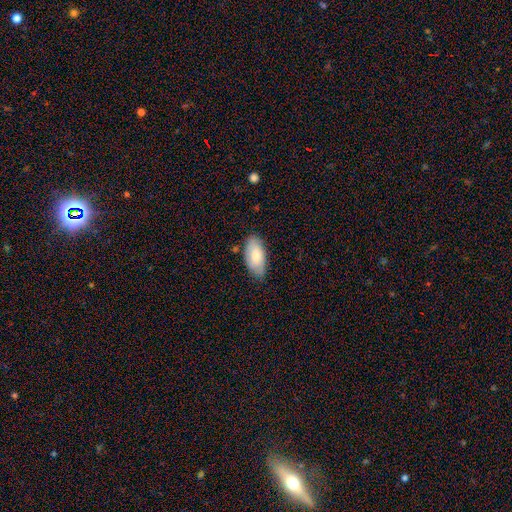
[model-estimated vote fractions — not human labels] This is likely a smooth galaxy (78%). How rounded: clearly in between (93%). Merging: likely none (76%).